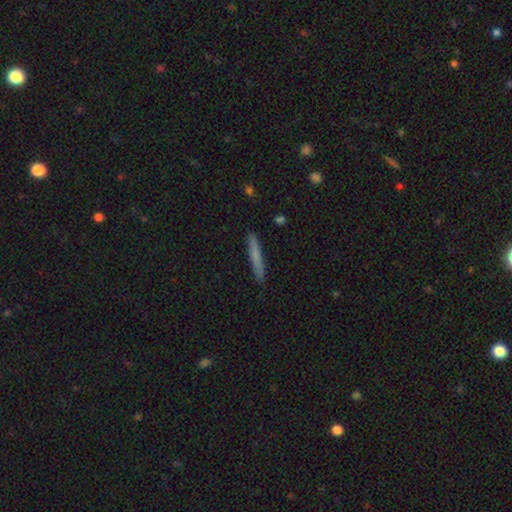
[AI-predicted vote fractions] A smooth galaxy with no disk features (71%) that is cigar-shaped (96%).

Vote fractions:
- Smooth or featured? smooth: 71% / featured or disk: 23% / star or artifact: 6%
- How rounded? cigar-shaped: 96% / in between: 3% / round: 1%
- Merging? none: 90% / minor disturbance: 7% / major disturbance: 1% / merger: 1%